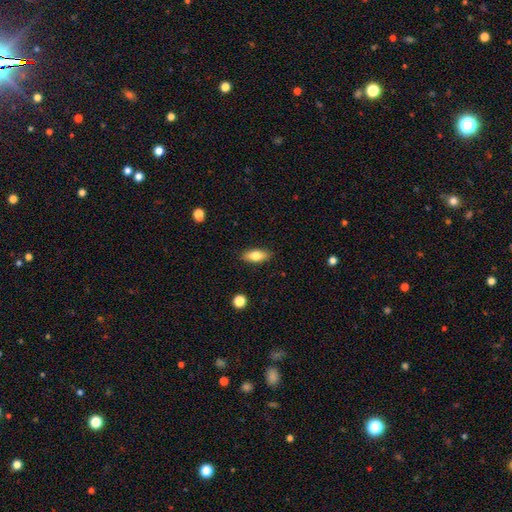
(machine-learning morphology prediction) A smooth galaxy with no disk features (75%) that is in between round and cigar-shaped (79%). Merging: none (88%).